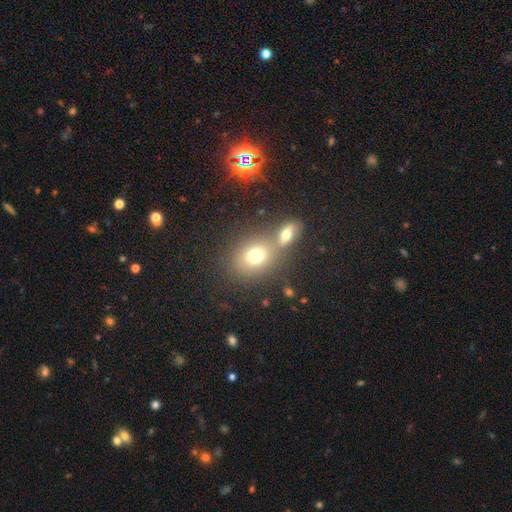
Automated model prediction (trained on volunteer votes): A smooth galaxy with no disk features (74%) that is in between round and cigar-shaped (51%). Merging: none (51%).